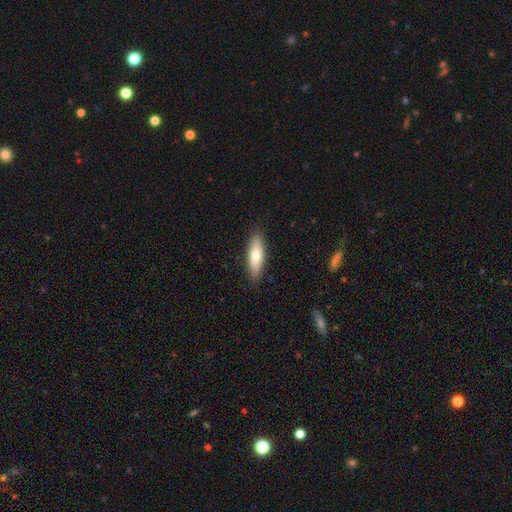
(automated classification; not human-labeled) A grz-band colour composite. It shows a smooth galaxy with no disk features (70%) that is in between round and cigar-shaped (53%). Merging: none (88%).